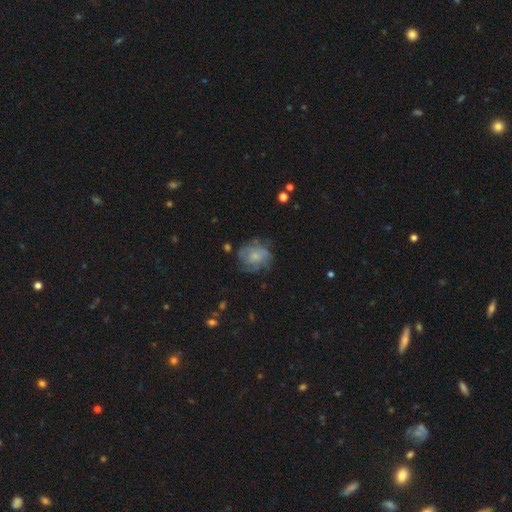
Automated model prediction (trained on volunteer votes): Smooth or featured?
  - featured or disk: 47% *
  - smooth: 44%
  - star or artifact: 9%
Merging?
  - none: 56% *
  - minor disturbance: 24%
  - major disturbance: 17%
  - merger: 2%